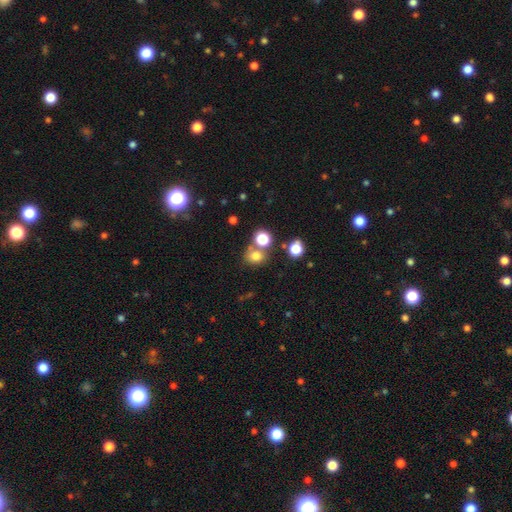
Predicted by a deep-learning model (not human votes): Smooth or featured? Predicted: smooth (p=0.73). How rounded? Predicted: round (p=0.70). Merging? Predicted: none (p=0.60).